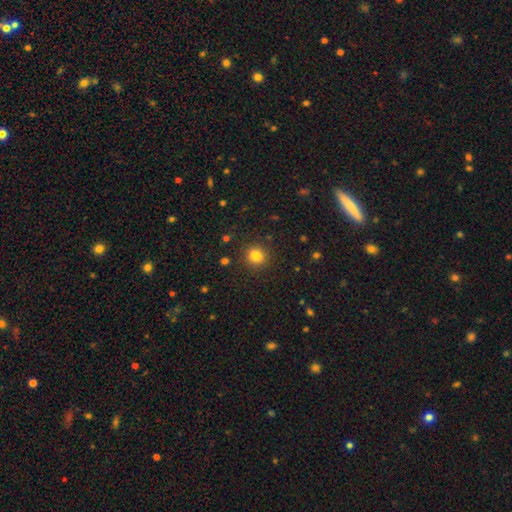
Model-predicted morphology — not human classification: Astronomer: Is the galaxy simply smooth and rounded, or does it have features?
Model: smooth — 83%.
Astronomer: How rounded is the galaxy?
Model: round — 80%.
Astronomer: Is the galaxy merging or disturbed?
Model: none — 88%.